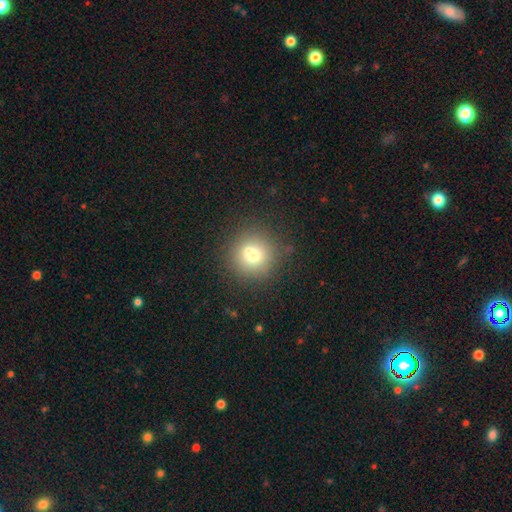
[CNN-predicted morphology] The model was most divided on "smooth or featured": smooth: 73%, star or artifact: 18%, featured or disk: 9%. More confident: how rounded — round (92%); merging — none (91%).